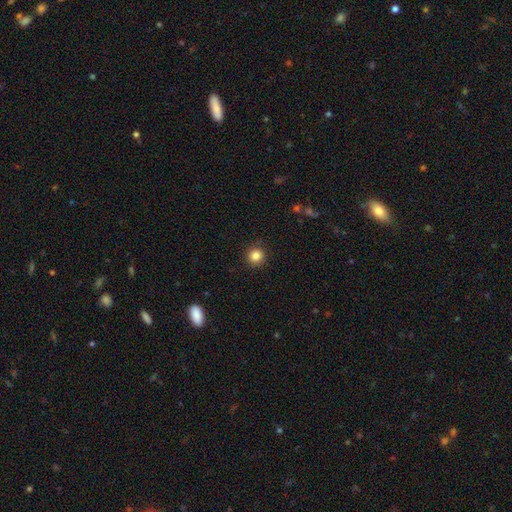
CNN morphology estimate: smooth 84%, star or artifact 11%, featured or disk 4%. Down the decision tree: how rounded — round (94%); merging — none (90%).